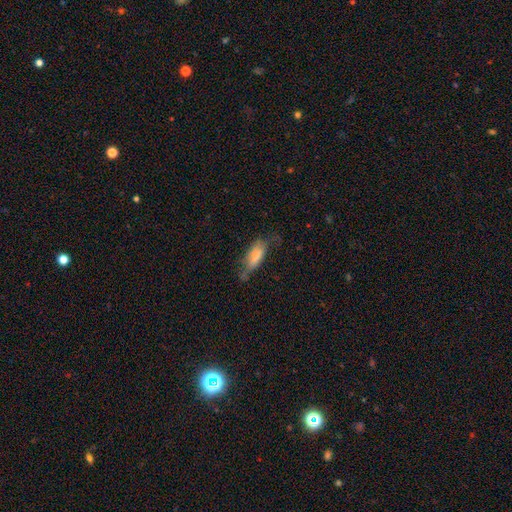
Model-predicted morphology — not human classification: smooth-or-featured: smooth: 68% | featured or disk: 25% | star or artifact: 7%
  how-rounded: in between: 71% | cigar-shaped: 27% | round: 2%
  merging: none: 42% | minor disturbance: 35% | major disturbance: 19% | merger: 3%